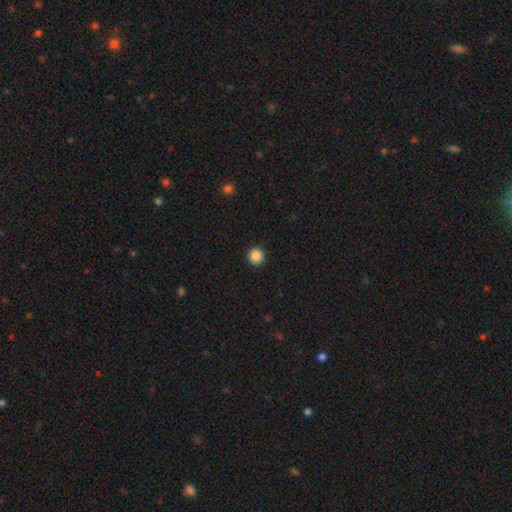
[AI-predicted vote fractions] Smooth or featured?
  - smooth: 87% *
  - star or artifact: 10%
  - featured or disk: 4%
How rounded?
  - round: 94% *
  - in between: 5%
  - cigar-shaped: 1%
Merging?
  - none: 93% *
  - minor disturbance: 4%
  - major disturbance: 2%
  - merger: 1%